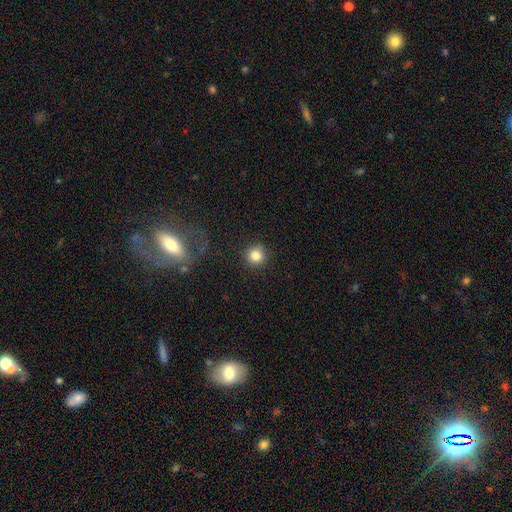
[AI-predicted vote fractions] Smooth or featured: smooth — 83% (star or artifact — 11%)
How rounded: round — 93% (in between — 6%)
Merging: none — 88% (minor disturbance — 7%)